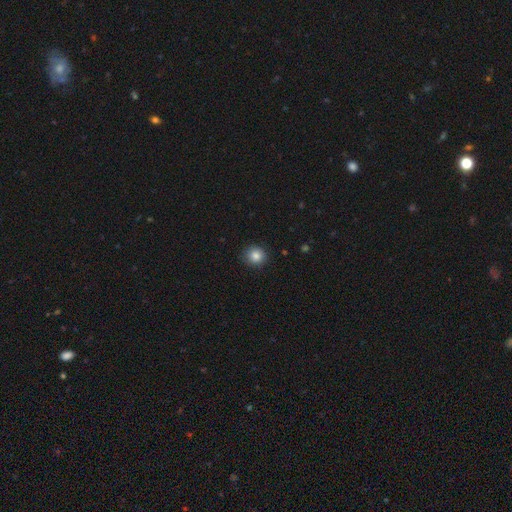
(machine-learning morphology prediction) This is clearly a smooth galaxy (85%). How rounded: clearly round (89%). Merging: clearly none (89%).